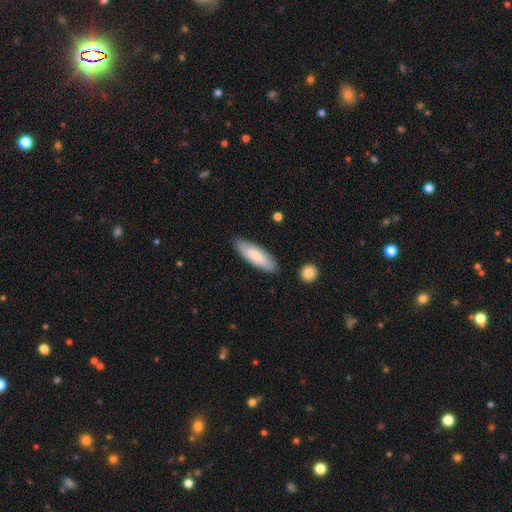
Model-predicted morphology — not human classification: This is likely a smooth galaxy (74%). How rounded: possibly in between (56%). Merging: clearly none (82%).